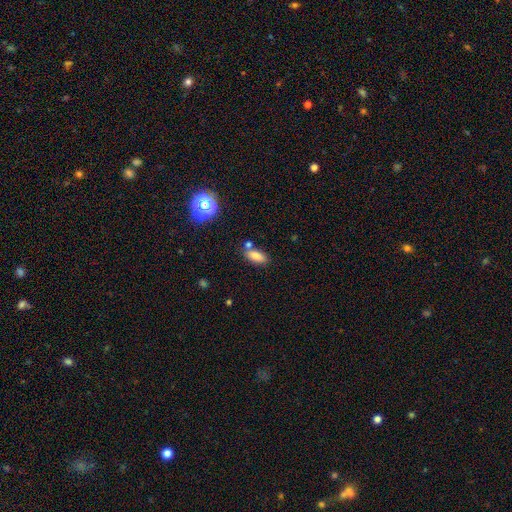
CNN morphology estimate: The model was most divided on "merging": none: 67%, merger: 15%, minor disturbance: 14%, major disturbance: 4%. More confident: how rounded — in between (82%); smooth or featured — smooth (81%).